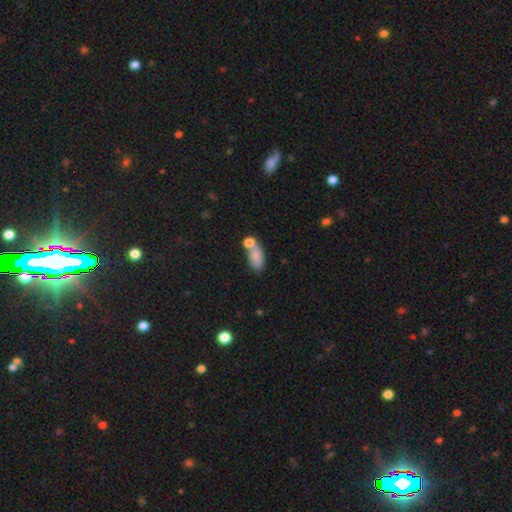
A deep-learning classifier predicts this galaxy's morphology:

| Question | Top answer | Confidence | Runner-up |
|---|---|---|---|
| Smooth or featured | smooth | 79% | featured or disk (12%) |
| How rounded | in between | 87% | round (7%) |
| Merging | none | 39% | merger (38%) |